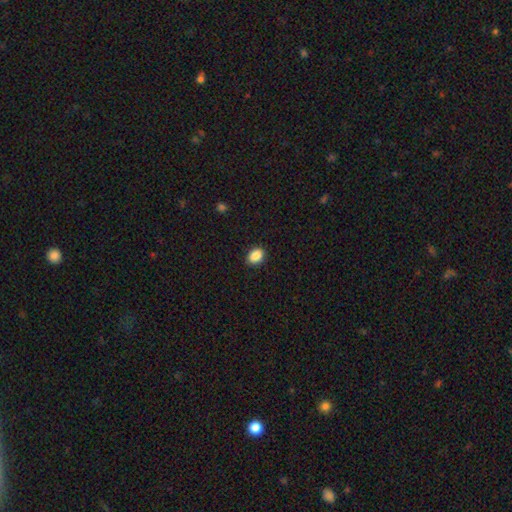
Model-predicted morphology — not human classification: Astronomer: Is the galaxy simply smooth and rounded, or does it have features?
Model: smooth — 88%.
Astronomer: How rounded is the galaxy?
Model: in between — 76%.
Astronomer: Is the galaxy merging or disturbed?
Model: none — 90%.